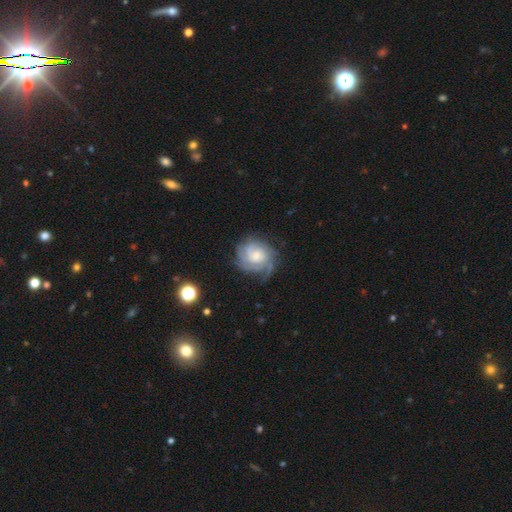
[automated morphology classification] Q: Smooth or featured?
A: featured or disk (82%); runner-up: smooth (12%)
Q: Edge-on disk?
A: no (98%); runner-up: yes (2%)
Q: Bar?
A: no (69%); runner-up: weak (27%)
Q: Spiral arms?
A: yes (96%); runner-up: no (4%)
Q: Spiral winding?
A: tight (67%); runner-up: medium (27%)
Q: Spiral arm count?
A: 3 (29%); runner-up: can't tell (28%)
Q: Bulge size?
A: moderate (46%); runner-up: small (37%)
Q: Merging?
A: none (68%); runner-up: minor disturbance (20%)